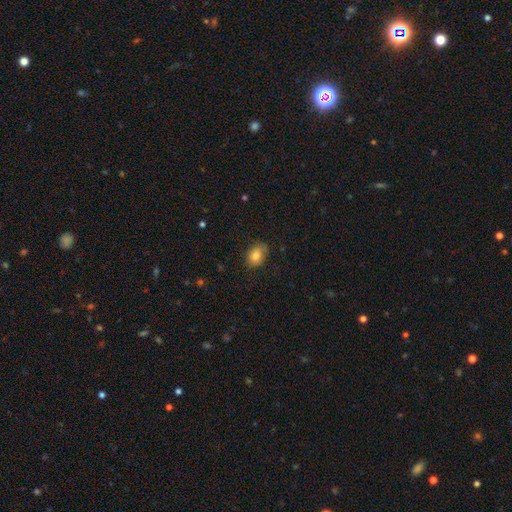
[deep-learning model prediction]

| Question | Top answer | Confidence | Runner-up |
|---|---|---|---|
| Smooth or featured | smooth | 83% | featured or disk (9%) |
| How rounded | in between | 74% | round (25%) |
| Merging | none | 76% | minor disturbance (19%) |